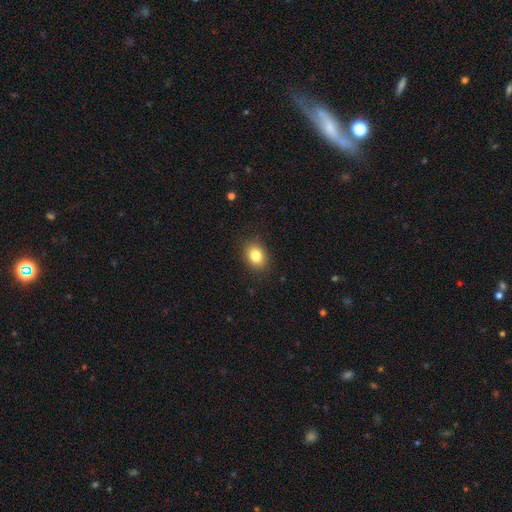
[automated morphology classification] smooth 83%, star or artifact 10%, featured or disk 7%. Down the decision tree: how rounded — in between (60%); merging — none (88%).